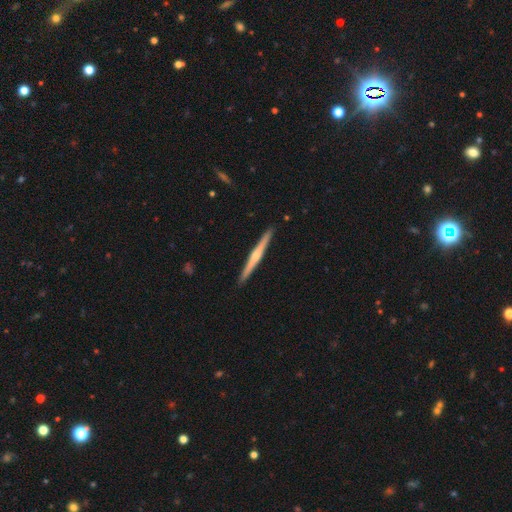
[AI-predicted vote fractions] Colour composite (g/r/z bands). It shows a featured or disk galaxy (67%) viewed edge-on (98%) with a rounded central bulge (68%). Merging: none (92%).